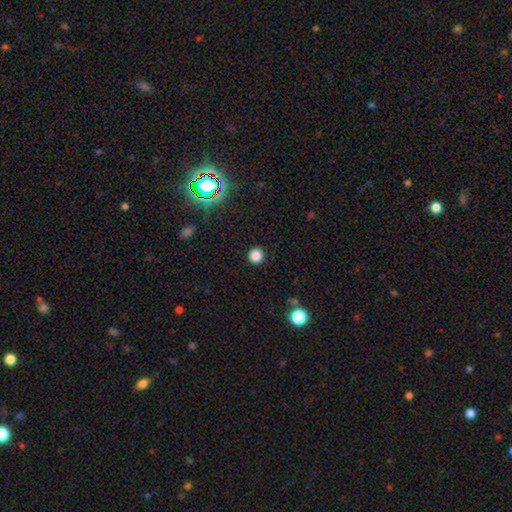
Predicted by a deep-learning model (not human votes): Smooth or featured? Predicted: smooth (p=0.84). How rounded? Predicted: round (p=0.93). Merging? Predicted: none (p=0.92).